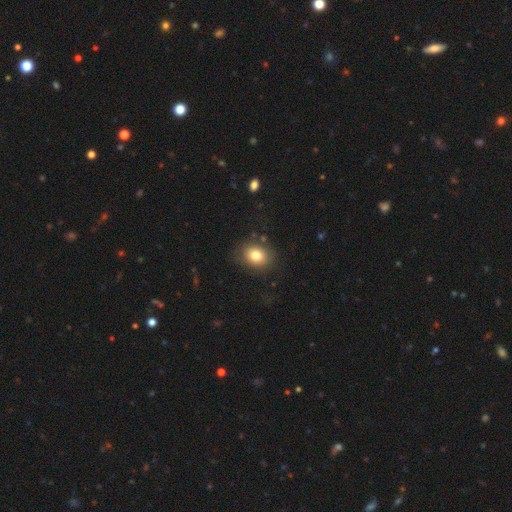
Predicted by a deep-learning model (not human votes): Smooth or featured: smooth — 79% (featured or disk — 11%)
How rounded: round — 52% (in between — 48%)
Merging: none — 81% (minor disturbance — 12%)